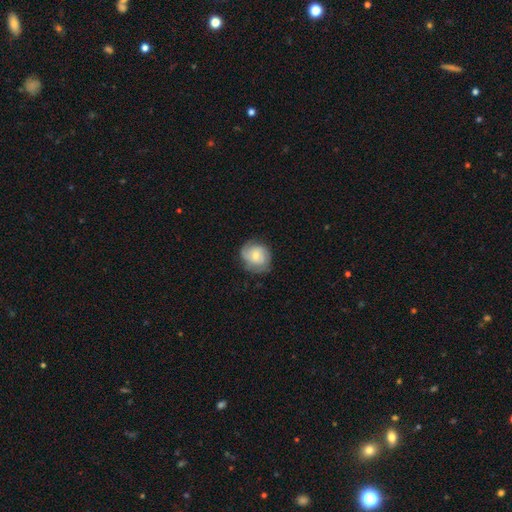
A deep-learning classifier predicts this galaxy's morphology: This appears to be a featured or disk galaxy (48%). Merging: none (71%).